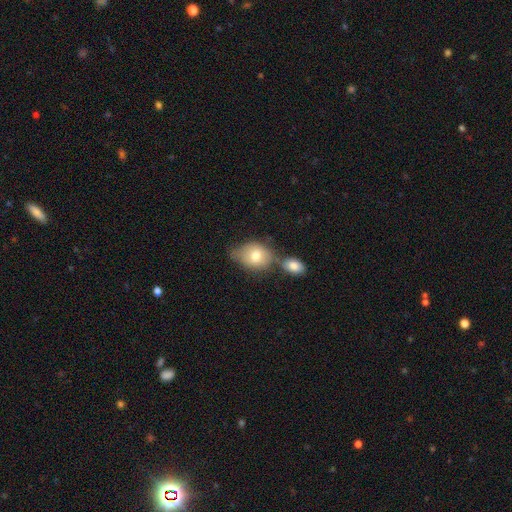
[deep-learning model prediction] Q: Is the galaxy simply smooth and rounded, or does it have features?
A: smooth — 74%.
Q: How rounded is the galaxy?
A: in between — 62%.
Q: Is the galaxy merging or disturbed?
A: none — 39%.